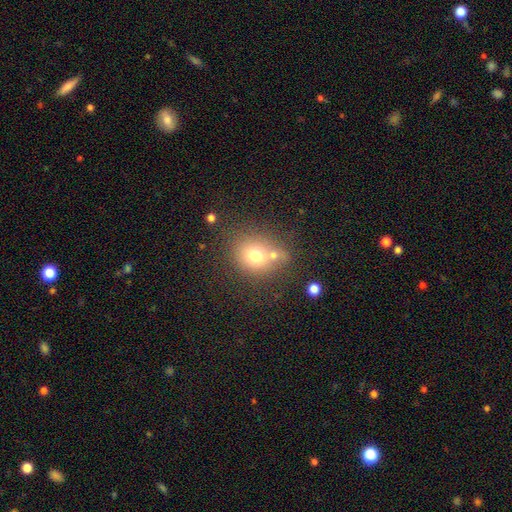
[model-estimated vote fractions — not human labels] Overall: smooth (72%). How rounded: round (73%). Merging: none (53%; merger 29%).